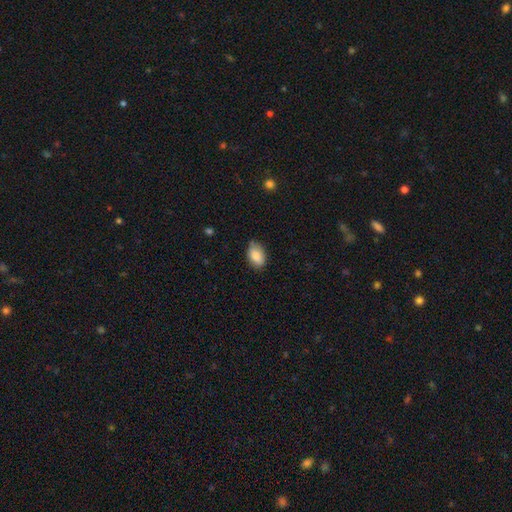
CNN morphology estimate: A smooth galaxy with no disk features (83%) that is in between round and cigar-shaped (90%).

Vote fractions:
- Smooth or featured? smooth: 83% / featured or disk: 10% / star or artifact: 7%
- How rounded? in between: 90% / round: 9% / cigar-shaped: 1%
- Merging? none: 79% / minor disturbance: 18% / major disturbance: 2% / merger: 1%